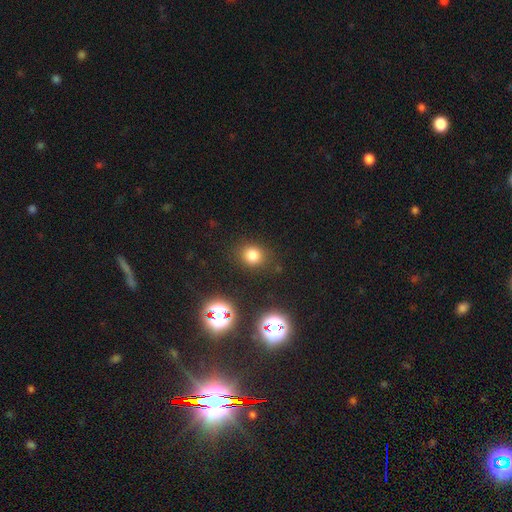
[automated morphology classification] The model was most divided on "smooth or featured": smooth: 76%, star or artifact: 19%, featured or disk: 5%. More confident: merging — none (88%); how rounded — round (79%).